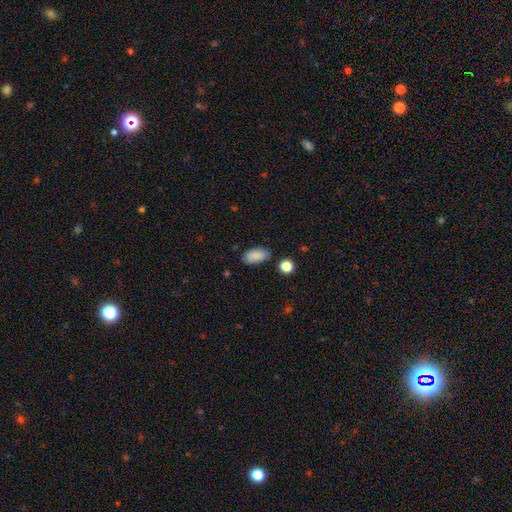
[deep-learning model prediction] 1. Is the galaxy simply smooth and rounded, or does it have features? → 88% smooth, 7% star or artifact, 5% featured or disk.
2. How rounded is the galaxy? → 93% in between, 4% round, 3% cigar-shaped.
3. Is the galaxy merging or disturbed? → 80% none, 13% minor disturbance, 3% merger, 3% major disturbance.